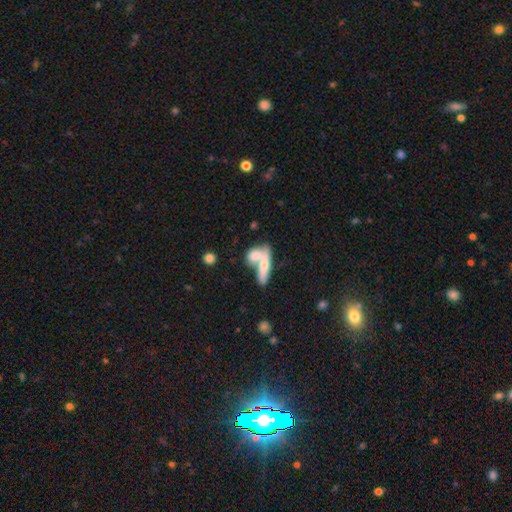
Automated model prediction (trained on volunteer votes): The model was most divided on "how rounded": in between: 53%, cigar-shaped: 38%, round: 9%. More confident: smooth or featured — smooth (65%); merging — merger (61%).